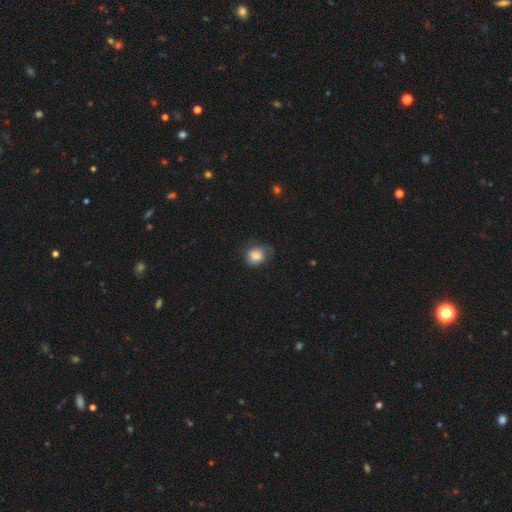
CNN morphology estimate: smooth 80%, featured or disk 12%, star or artifact 9%. Down the decision tree: how rounded — round (57%); merging — none (51%).